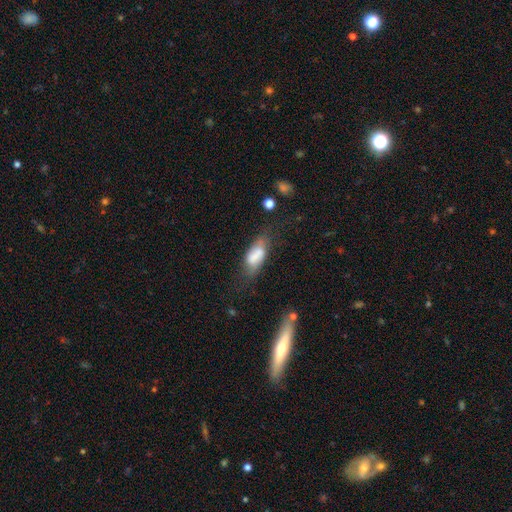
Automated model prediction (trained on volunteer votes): Smooth or featured? Predicted: smooth (p=0.64). How rounded? Predicted: in between (p=0.78). Merging? Predicted: none (p=0.41).